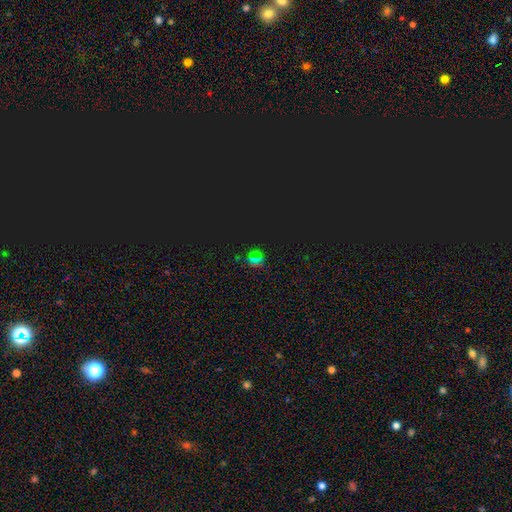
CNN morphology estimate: The model was most divided on "smooth or featured": star or artifact: 65%, smooth: 27%, featured or disk: 8%.